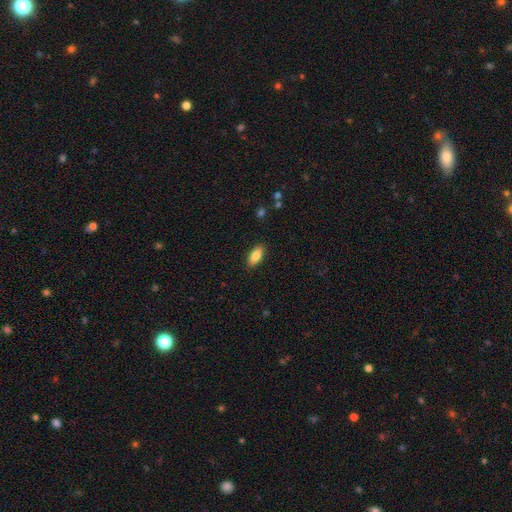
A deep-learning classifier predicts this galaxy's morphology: Smooth or featured? smooth (84%)
How rounded? in between (87%)
Merging? none (88%)